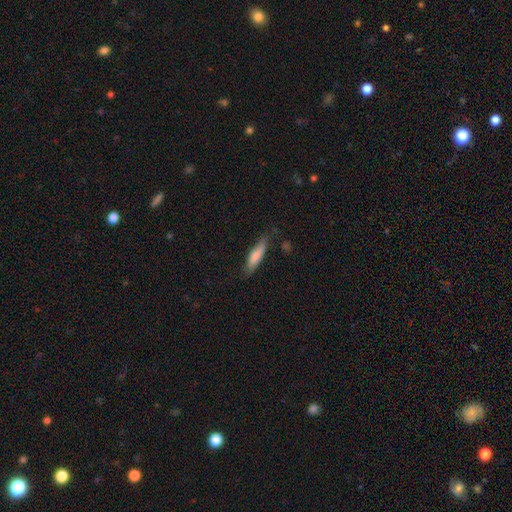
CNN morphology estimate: Smooth or featured?
  - smooth: 77% *
  - featured or disk: 17%
  - star or artifact: 6%
How rounded?
  - cigar-shaped: 69% *
  - in between: 30%
  - round: 2%
Merging?
  - none: 69% *
  - minor disturbance: 24%
  - major disturbance: 5%
  - merger: 2%